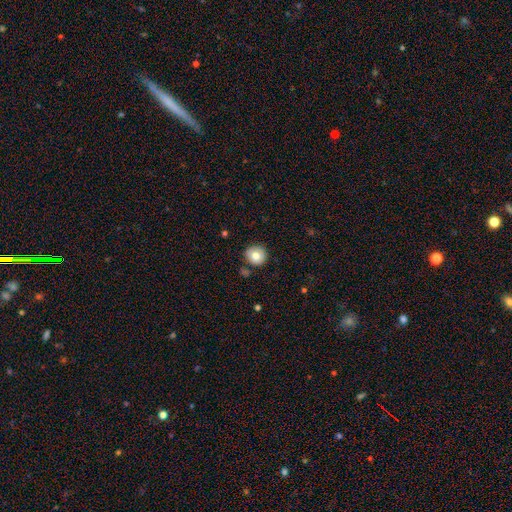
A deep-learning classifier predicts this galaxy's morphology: Smooth or featured: smooth — 77% (featured or disk — 14%)
How rounded: round — 93% (in between — 6%)
Merging: none — 86% (minor disturbance — 9%)